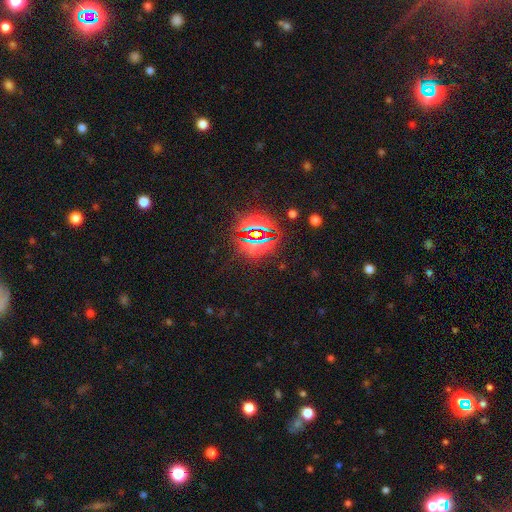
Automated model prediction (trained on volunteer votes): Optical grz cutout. It shows a star or artifact, not a galaxy (81%).